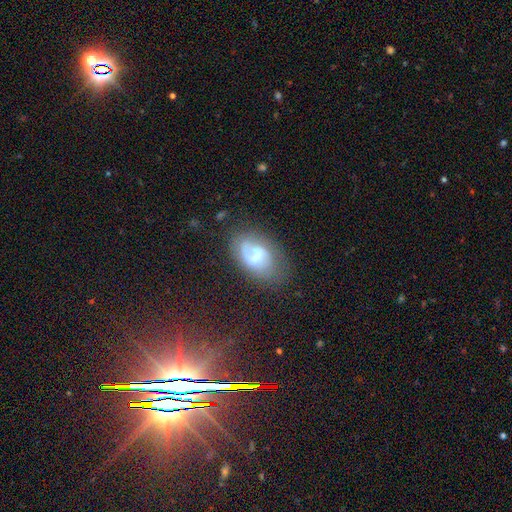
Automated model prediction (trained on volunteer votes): This is possibly a featured or disk galaxy (56%). It is clearly not viewed edge-on (96%). Bar: possibly weak (47%). Spiral arm pattern: likely yes (74%). Central bulge: marginally moderate (29%). Merging: possibly none (52%).